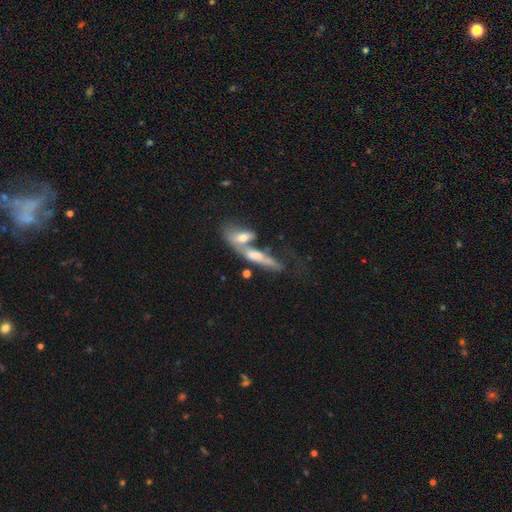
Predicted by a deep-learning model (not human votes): Morphology: type=smooth (50%); roundness=cigar-shaped (56%); merging=merger (61%).